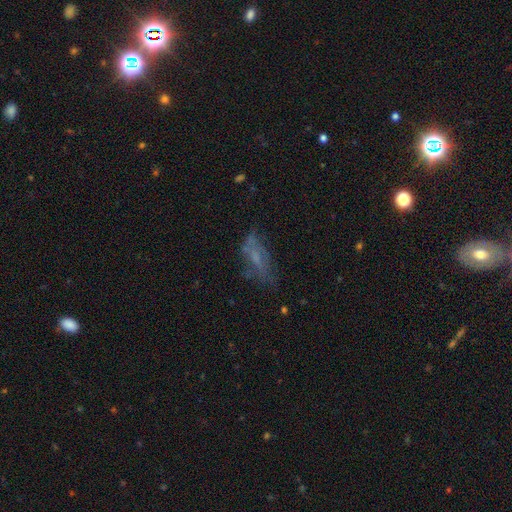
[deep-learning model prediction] Morphology: type=featured or disk (45%); merging=none (52%).